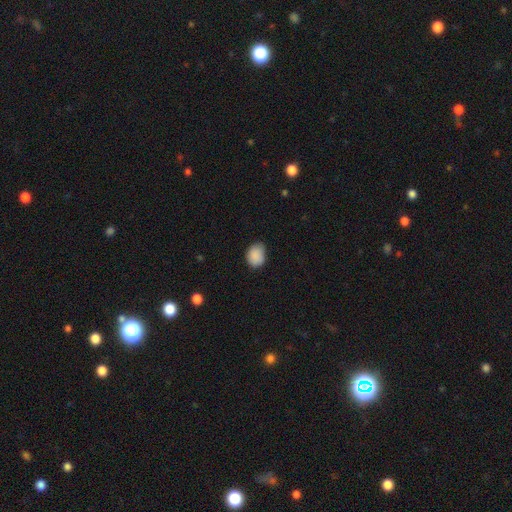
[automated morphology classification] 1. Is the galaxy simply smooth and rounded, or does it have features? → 88% smooth, 8% star or artifact, 4% featured or disk.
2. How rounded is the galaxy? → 57% in between, 42% round, 1% cigar-shaped.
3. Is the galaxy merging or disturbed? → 69% none, 26% minor disturbance, 4% major disturbance, 1% merger.